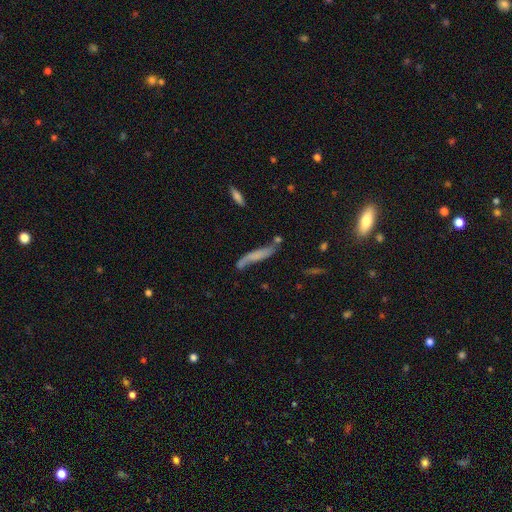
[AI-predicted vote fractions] The model was most divided on "smooth or featured": smooth: 52%, featured or disk: 39%, star or artifact: 9%. More confident: how rounded — cigar-shaped (89%); merging — none (53%).